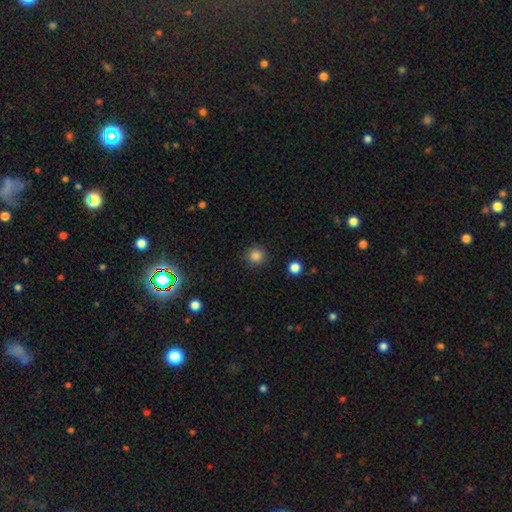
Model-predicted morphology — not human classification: Overall: smooth (85%). How rounded: round (94%). Merging: none (88%).